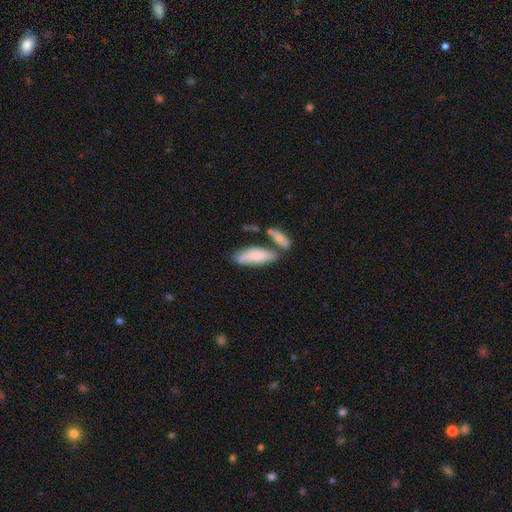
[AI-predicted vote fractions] Smooth or featured?
  - smooth: 75% *
  - featured or disk: 19%
  - star or artifact: 6%
How rounded?
  - in between: 64% *
  - cigar-shaped: 34%
  - round: 2%
Merging?
  - none: 53% *
  - merger: 24%
  - minor disturbance: 18%
  - major disturbance: 5%